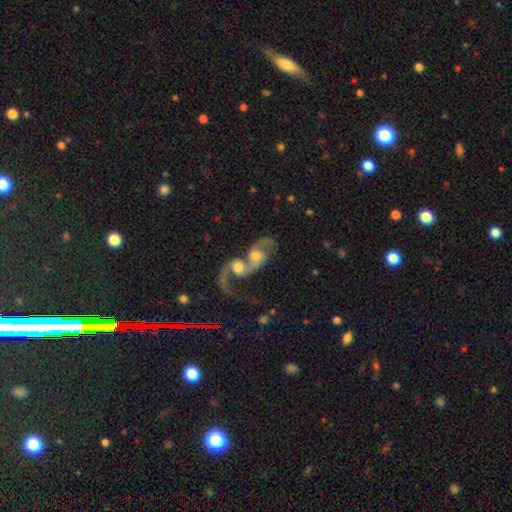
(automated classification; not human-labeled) This appears to be a featured or disk galaxy (73%) with no bar (65%), 2 (73%) loose (60%) spiral arms (86%) and a moderate central bulge (56%). Merging: merger (79%).